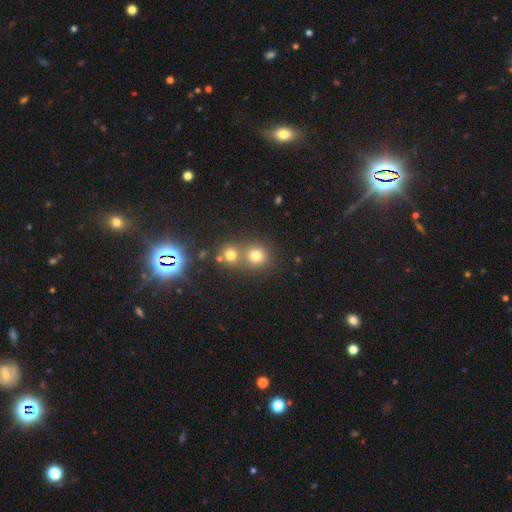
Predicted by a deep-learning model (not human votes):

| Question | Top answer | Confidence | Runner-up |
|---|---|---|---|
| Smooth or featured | smooth | 75% | star or artifact (17%) |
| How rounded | round | 87% | in between (12%) |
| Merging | none | 55% | merger (36%) |